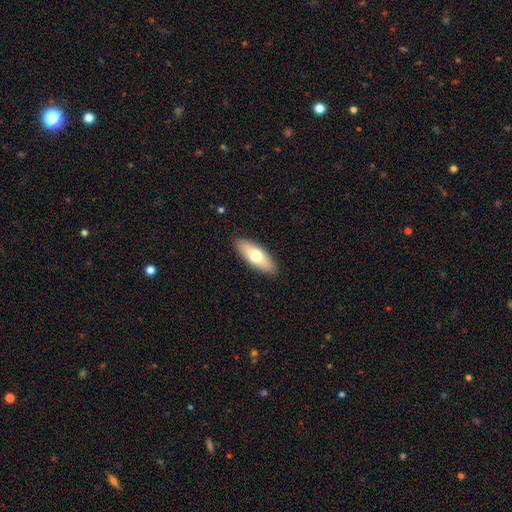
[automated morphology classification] type=smooth (67%); roundness=in between (73%); merging=none (89%).